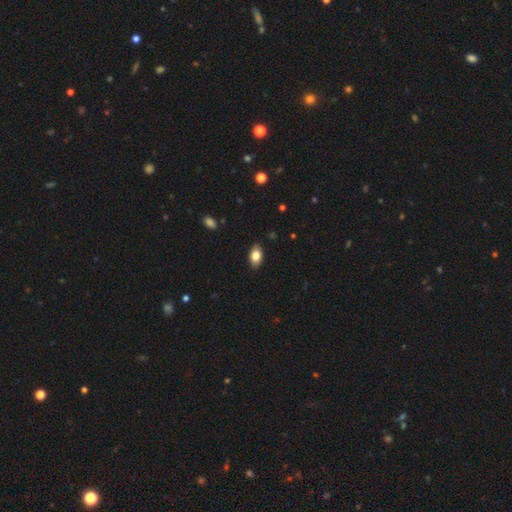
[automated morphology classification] Smooth or featured? Predicted: smooth (p=0.82). How rounded? Predicted: in between (p=0.91). Merging? Predicted: none (p=0.87).